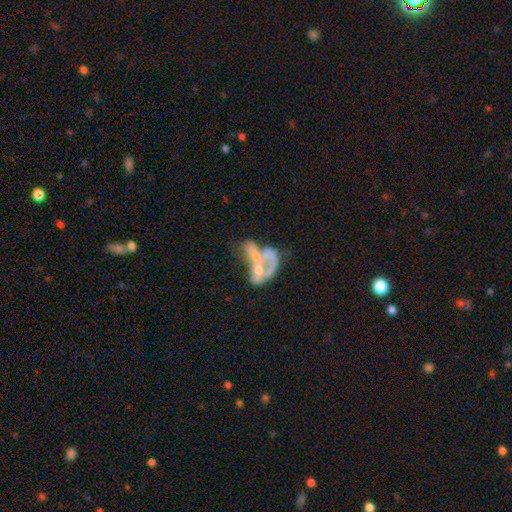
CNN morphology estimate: smooth-or-featured: featured or disk: 63% | smooth: 25% | star or artifact: 12%
  disk-edge-on: no: 97% | yes: 3%
    bar: no: 83% | weak: 12% | strong: 5%
    has-spiral-arms: no: 81% | yes: 19%
    bulge-size: none: 39% | moderate: 28% | small: 28% | large: 4% | dominant: 2%
  merging: merger: 56% | major disturbance: 22% | none: 13% | minor disturbance: 8%